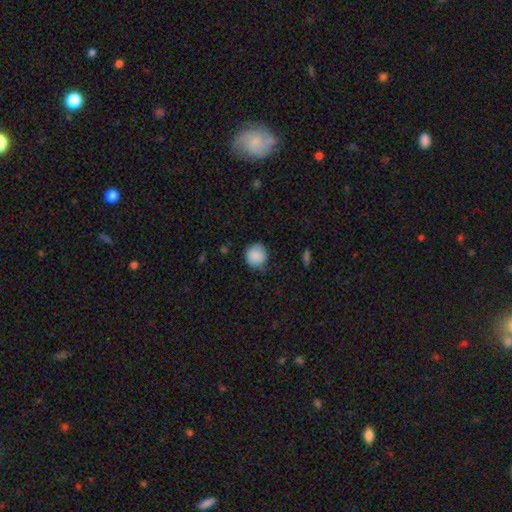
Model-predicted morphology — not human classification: Smooth or featured? Predicted: smooth (p=0.88). How rounded? Predicted: round (p=0.90). Merging? Predicted: none (p=0.77).